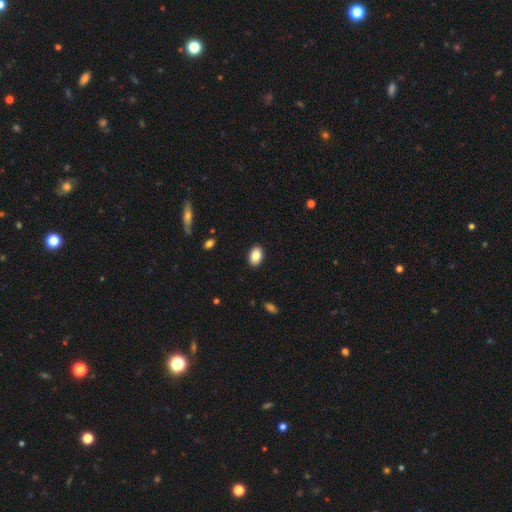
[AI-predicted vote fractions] The model was most divided on "how rounded": in between: 88%, round: 11%, cigar-shaped: 1%. More confident: merging — none (90%); smooth or featured — smooth (87%).